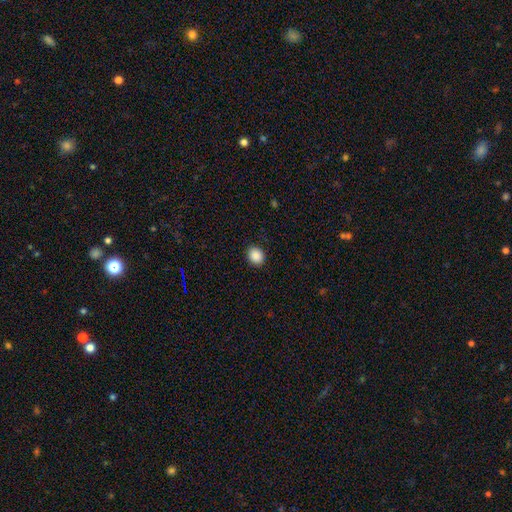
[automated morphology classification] The model was most divided on "how rounded": round: 62%, in between: 37%, cigar-shaped: 1%. More confident: merging — none (90%); smooth or featured — smooth (89%).